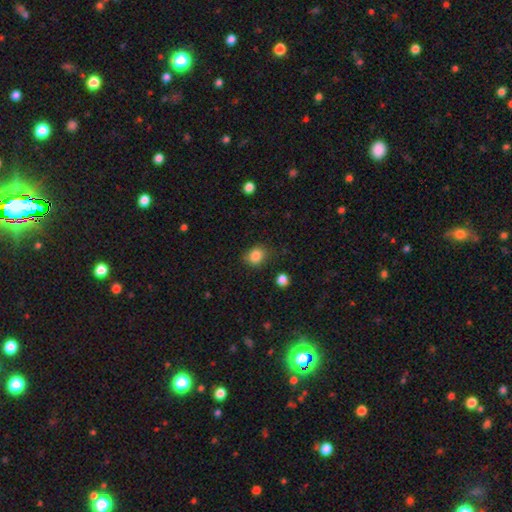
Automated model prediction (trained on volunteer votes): Q: Smooth or featured?
A: smooth (85%); runner-up: star or artifact (10%)
Q: How rounded?
A: round (60%); runner-up: in between (39%)
Q: Merging?
A: none (79%); runner-up: minor disturbance (15%)